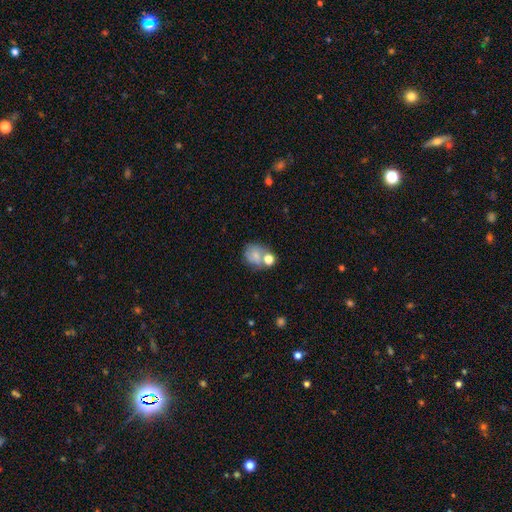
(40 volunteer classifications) Smooth or featured? smooth (60%)
How rounded? round (62%)
Merging? merger (46%)